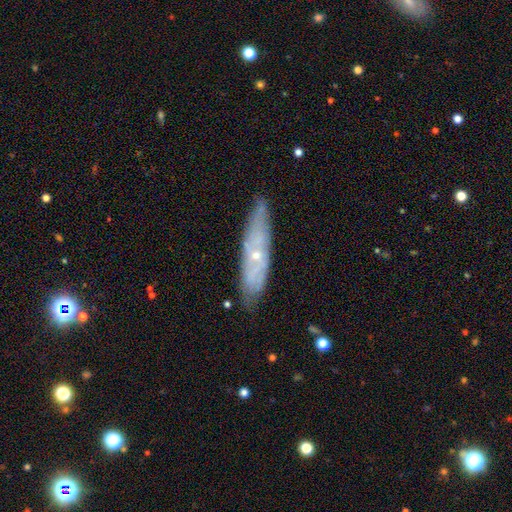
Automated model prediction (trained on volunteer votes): Overall: featured or disk (64%; smooth 29%). Edge-on disk: no (60%; yes 40%). Merging: none (76%).